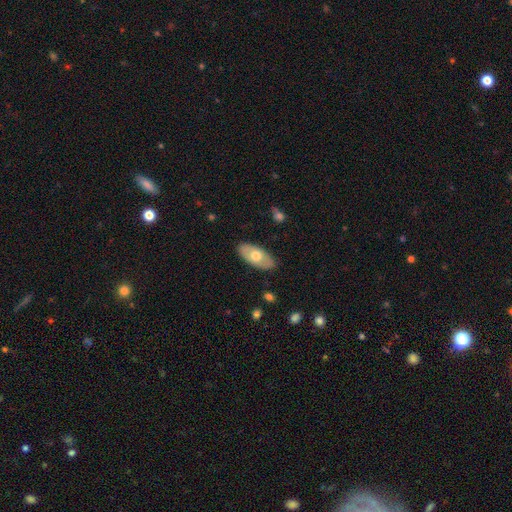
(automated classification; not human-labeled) A smooth galaxy with no disk features (57%) that is in between round and cigar-shaped (91%).

Vote fractions:
- Smooth or featured? smooth: 57% / featured or disk: 38% / star or artifact: 5%
- How rounded? in between: 91% / cigar-shaped: 6% / round: 3%
- Merging? none: 86% / minor disturbance: 11% / major disturbance: 2% / merger: 1%